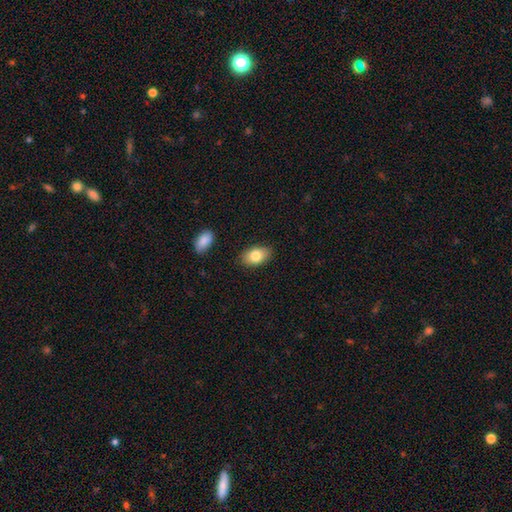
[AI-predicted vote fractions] Smooth or featured: smooth — 82% (featured or disk — 11%)
How rounded: in between — 92% (round — 7%)
Merging: none — 85% (minor disturbance — 11%)